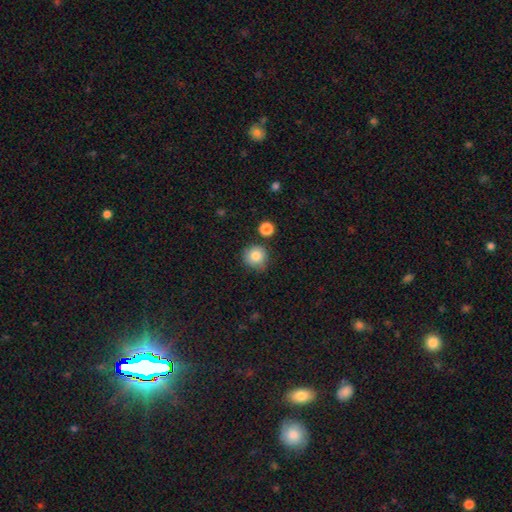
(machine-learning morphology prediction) Overall: smooth (83%). How rounded: round (92%). Merging: none (76%).